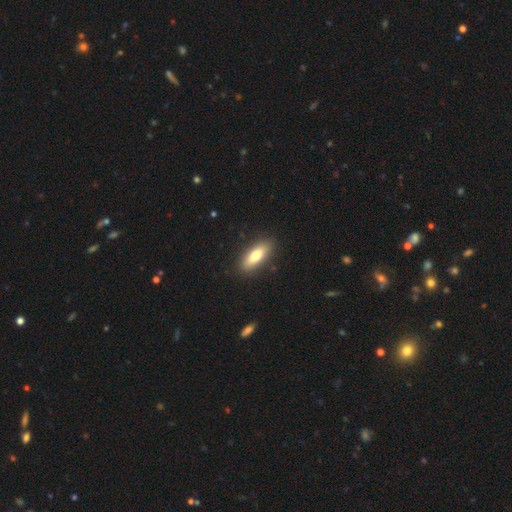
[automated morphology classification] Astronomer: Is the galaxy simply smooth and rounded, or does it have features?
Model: smooth — 75%.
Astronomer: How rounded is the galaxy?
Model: in between — 66%.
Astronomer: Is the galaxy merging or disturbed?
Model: none — 88%.